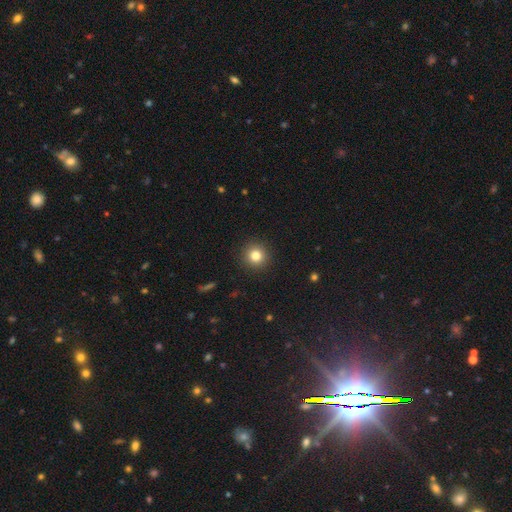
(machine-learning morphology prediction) smooth_or_featured: smooth (p=0.81) [alt: star or artifact p=0.12]
how_rounded: round (p=0.94) [alt: in between p=0.05]
merging: none (p=0.92) [alt: minor disturbance p=0.05]